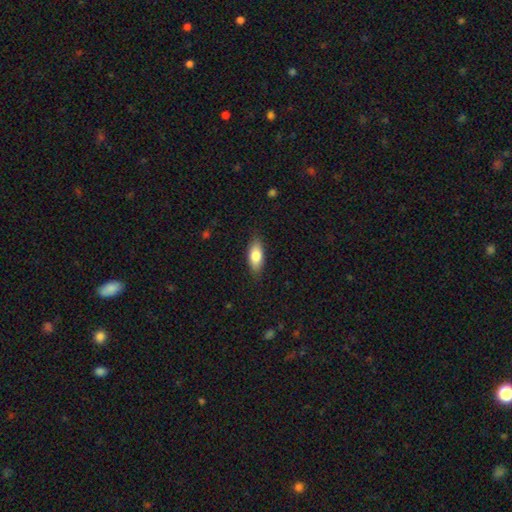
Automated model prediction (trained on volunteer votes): Smooth or featured?
  - smooth: 80% *
  - featured or disk: 14%
  - star or artifact: 6%
How rounded?
  - in between: 81% *
  - cigar-shaped: 17%
  - round: 3%
Merging?
  - none: 85% *
  - minor disturbance: 12%
  - major disturbance: 2%
  - merger: 1%